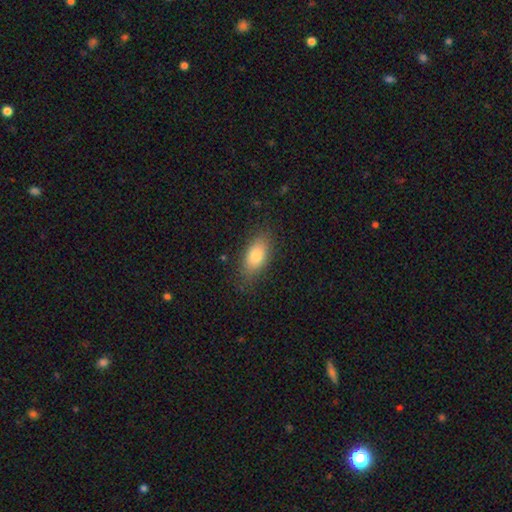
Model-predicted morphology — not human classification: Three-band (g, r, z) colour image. It shows a smooth galaxy with no disk features (82%) that is in between round and cigar-shaped (87%). Merging: none (82%).